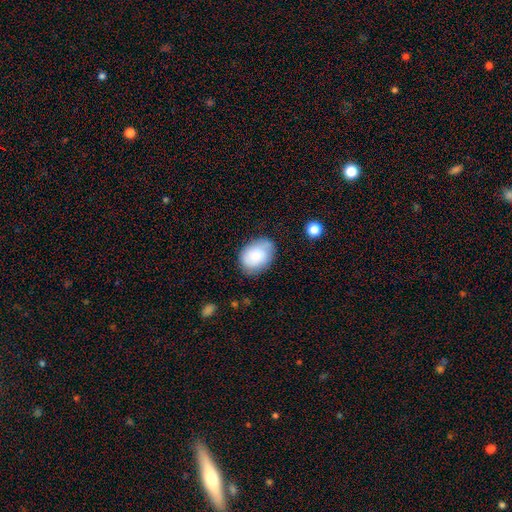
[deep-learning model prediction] A smooth galaxy with no disk features (79%) that is in between round and cigar-shaped (76%).

Vote fractions:
- Smooth or featured? smooth: 79% / featured or disk: 14% / star or artifact: 7%
- How rounded? in between: 76% / round: 23% / cigar-shaped: 1%
- Merging? none: 68% / minor disturbance: 24% / major disturbance: 6% / merger: 3%